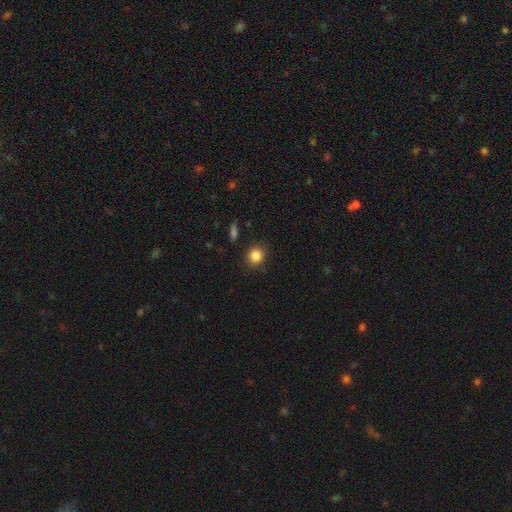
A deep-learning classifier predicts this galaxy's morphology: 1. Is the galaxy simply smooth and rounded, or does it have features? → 85% smooth, 10% star or artifact, 5% featured or disk.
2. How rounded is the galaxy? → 85% round, 14% in between, 1% cigar-shaped.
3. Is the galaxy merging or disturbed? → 87% none, 9% minor disturbance, 2% major disturbance, 2% merger.